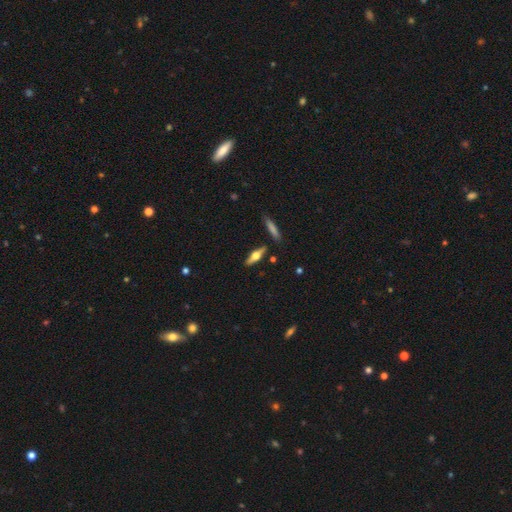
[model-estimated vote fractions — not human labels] Morphology: type=featured or disk (60%); edge-on=yes (94%); edge-on bulge=rounded (95%); merging=none (85%).